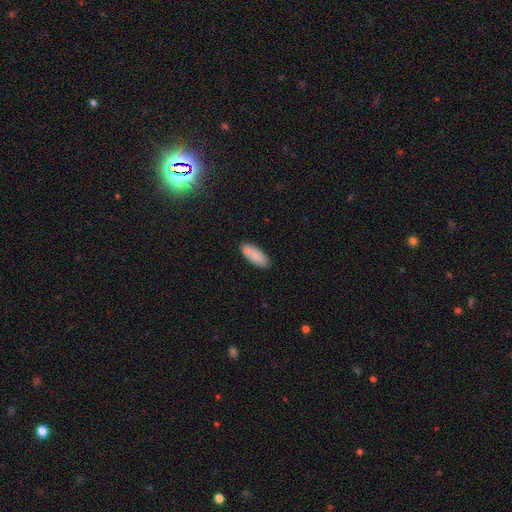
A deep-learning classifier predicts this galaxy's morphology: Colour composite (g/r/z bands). It shows a smooth galaxy with no disk features (82%) that is in between round and cigar-shaped (74%). Merging: none (72%).